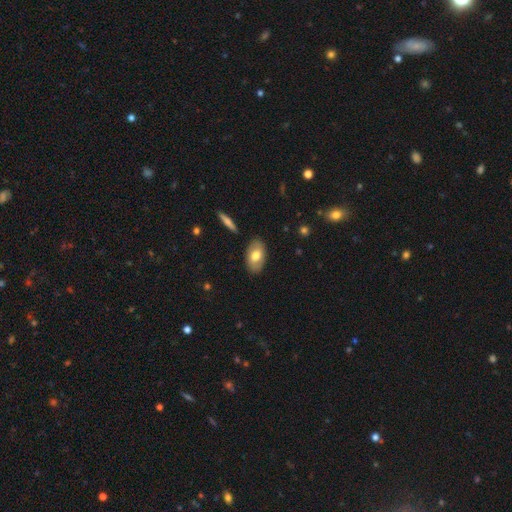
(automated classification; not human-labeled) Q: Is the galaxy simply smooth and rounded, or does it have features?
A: smooth — 66%.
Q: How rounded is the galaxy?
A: in between — 93%.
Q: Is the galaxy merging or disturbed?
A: none — 86%.